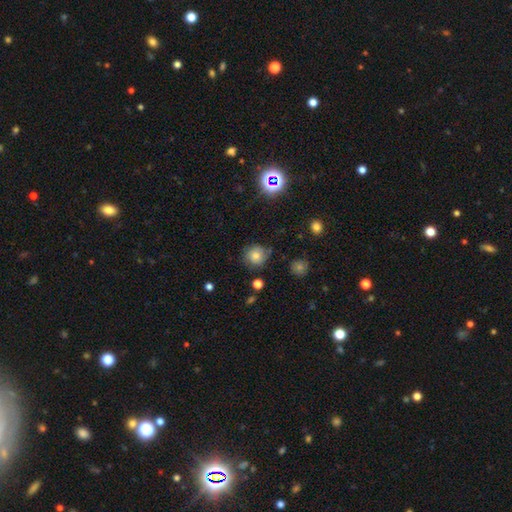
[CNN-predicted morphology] Smooth or featured? Predicted: smooth (p=0.67). How rounded? Predicted: round (p=0.87). Merging? Predicted: none (p=0.67).